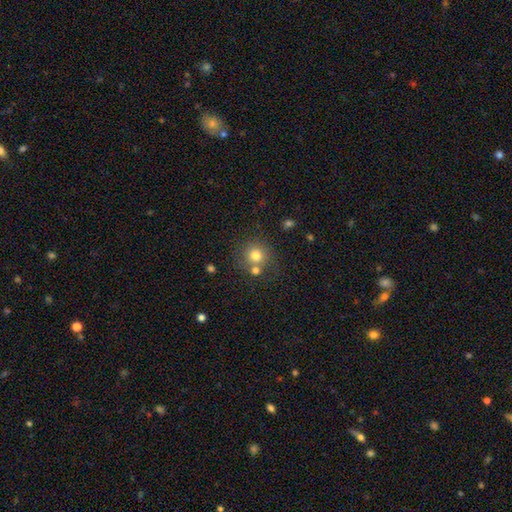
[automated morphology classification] This appears to be a smooth galaxy with no disk features (76%) that is round (90%). Merging: none (66%).